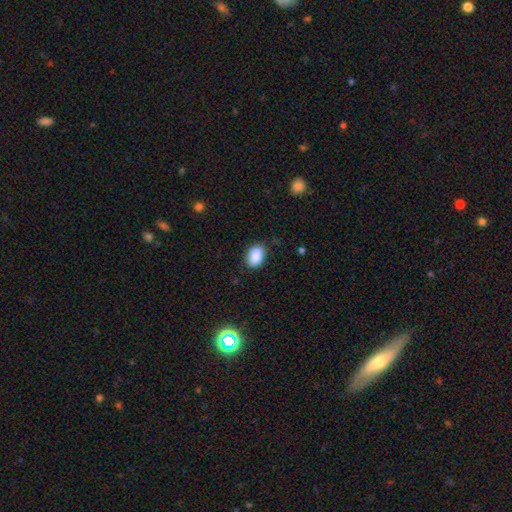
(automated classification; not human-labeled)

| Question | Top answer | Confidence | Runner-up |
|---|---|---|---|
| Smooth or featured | smooth | 89% | star or artifact (8%) |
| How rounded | in between | 86% | round (13%) |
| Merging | none | 80% | minor disturbance (15%) |